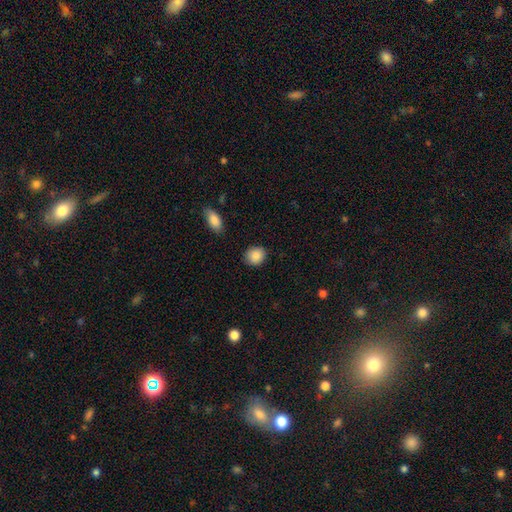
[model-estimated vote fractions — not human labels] smooth-or-featured: smooth: 88% | star or artifact: 7% | featured or disk: 5%
  how-rounded: round: 67% | in between: 32% | cigar-shaped: 1%
  merging: none: 88% | minor disturbance: 8% | major disturbance: 2% | merger: 1%